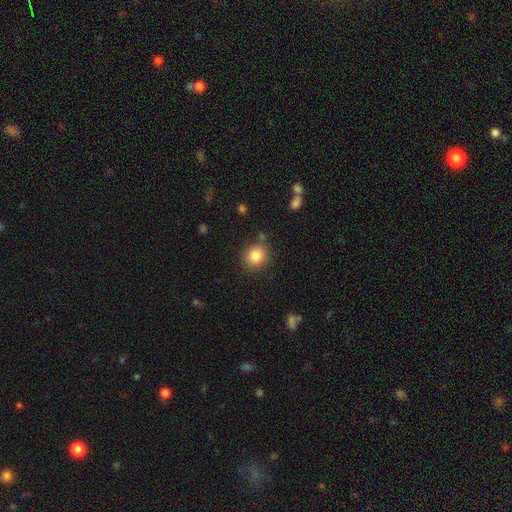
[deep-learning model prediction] Q: Smooth or featured?
A: smooth (83%); runner-up: star or artifact (10%)
Q: How rounded?
A: round (81%); runner-up: in between (18%)
Q: Merging?
A: none (84%); runner-up: minor disturbance (10%)